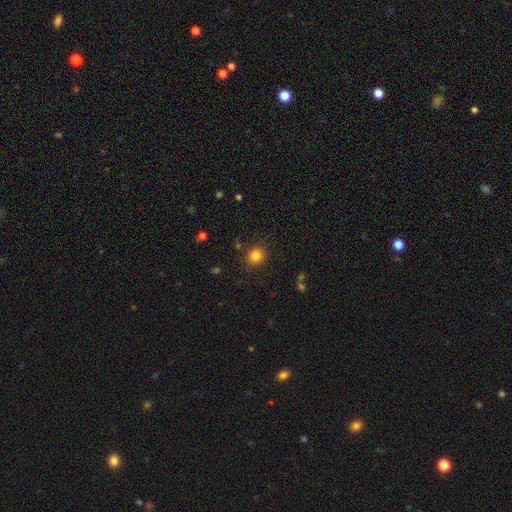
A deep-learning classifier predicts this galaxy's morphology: The model was most divided on "smooth or featured": smooth: 82%, star or artifact: 13%, featured or disk: 5%. More confident: merging — none (87%); how rounded — round (85%).